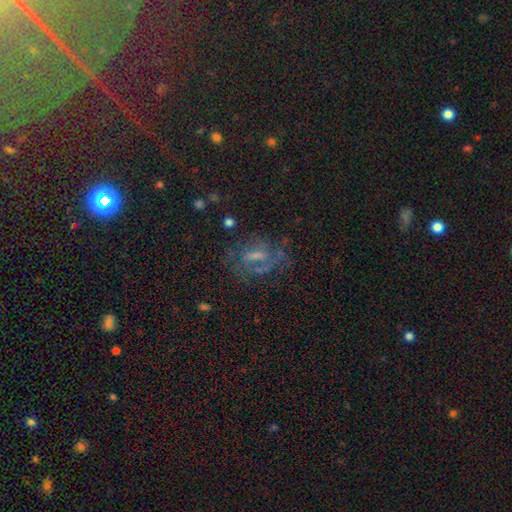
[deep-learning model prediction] Morphology: type=featured or disk (43%); merging=none (53%).